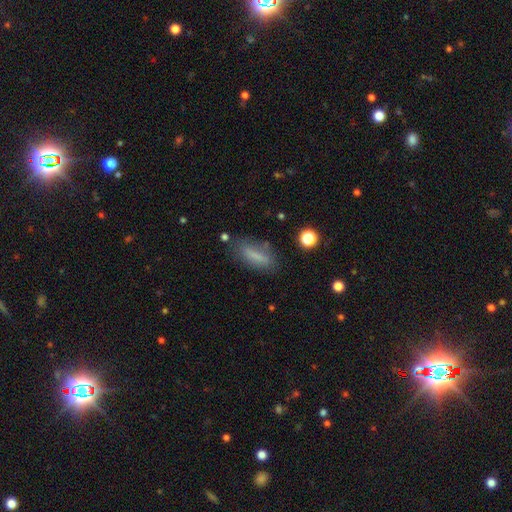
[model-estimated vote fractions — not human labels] This is likely a smooth galaxy (74%). How rounded: possibly in between (51%). Merging: likely none (72%).